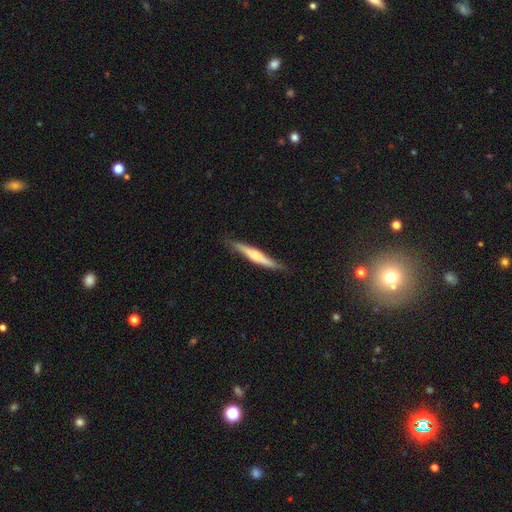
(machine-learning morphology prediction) featured or disk 56%, smooth 39%, star or artifact 5%. Down the decision tree: edge-on disk — yes (96%); edge-on bulge — rounded (71%); merging — none (85%).